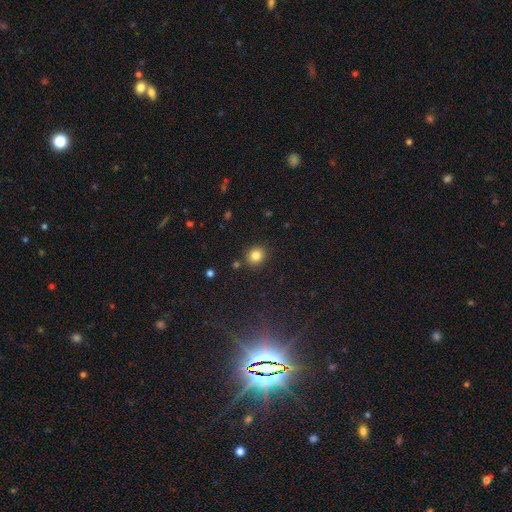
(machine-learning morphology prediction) Smooth or featured? smooth (83%)
How rounded? round (76%)
Merging? none (86%)